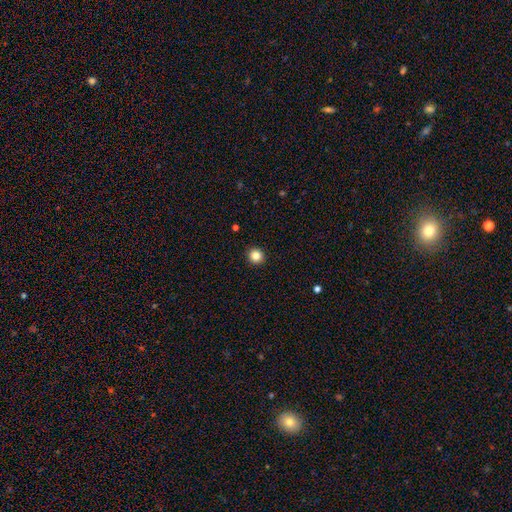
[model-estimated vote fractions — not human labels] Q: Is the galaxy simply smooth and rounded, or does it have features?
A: smooth — 84%.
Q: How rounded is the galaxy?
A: round — 93%.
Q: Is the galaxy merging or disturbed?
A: none — 93%.